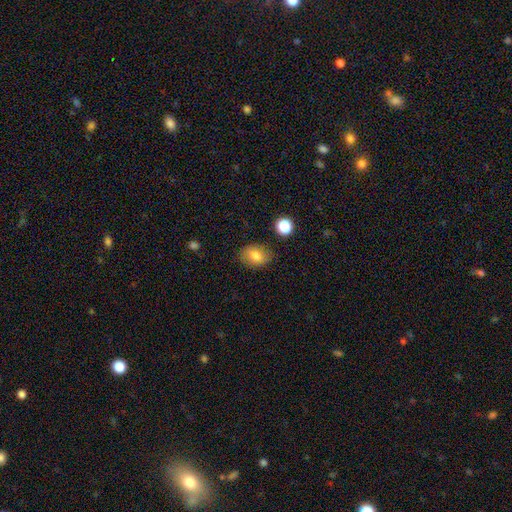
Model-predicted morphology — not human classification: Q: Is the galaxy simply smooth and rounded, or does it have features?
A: smooth — 78%.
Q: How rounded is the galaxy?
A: in between — 72%.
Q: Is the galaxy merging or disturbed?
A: none — 82%.